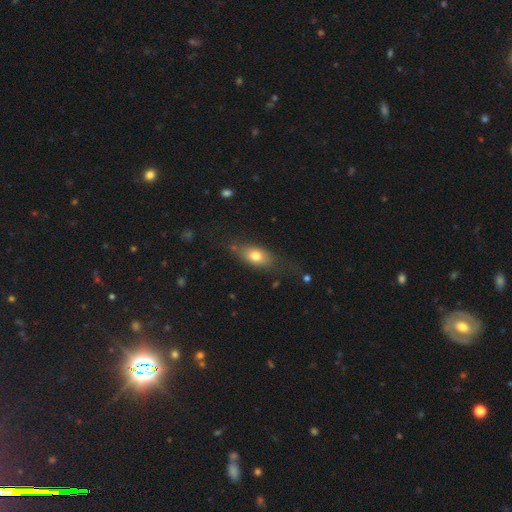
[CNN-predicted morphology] smooth_or_featured: smooth (p=0.72) [alt: featured or disk p=0.19]
how_rounded: in between (p=0.78) [alt: round p=0.12]
merging: none (p=0.64) [alt: minor disturbance p=0.23]